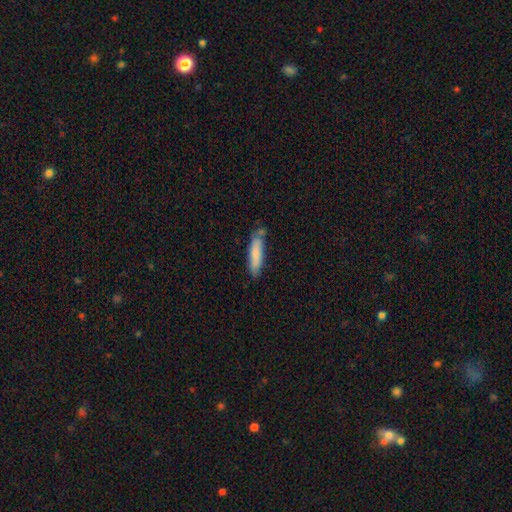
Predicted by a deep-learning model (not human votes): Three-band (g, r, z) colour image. It shows a smooth galaxy with no disk features (80%) that is cigar-shaped (70%). Merging: none (64%).